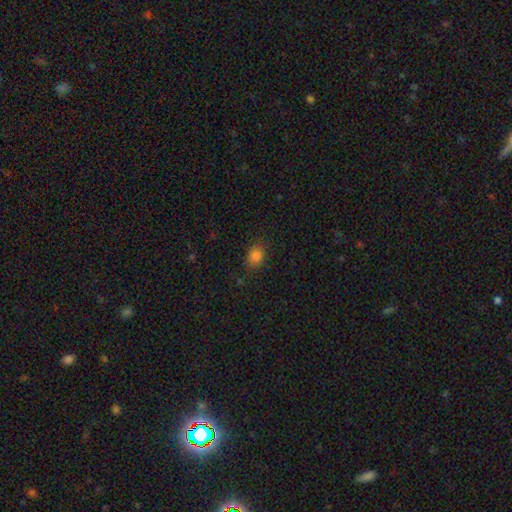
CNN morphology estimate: smooth-or-featured: smooth: 84% | star or artifact: 12% | featured or disk: 4%
  how-rounded: in between: 56% | round: 43% | cigar-shaped: 1%
  merging: none: 81% | minor disturbance: 14% | major disturbance: 4% | merger: 1%